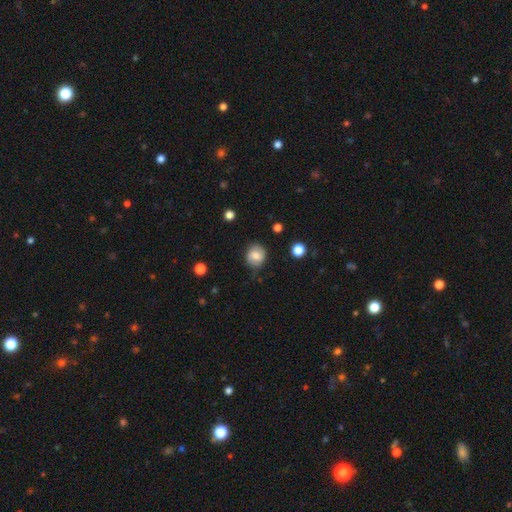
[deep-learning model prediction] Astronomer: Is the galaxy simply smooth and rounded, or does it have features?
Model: smooth — 64%.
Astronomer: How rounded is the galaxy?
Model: round — 77%.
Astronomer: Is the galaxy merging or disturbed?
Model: none — 77%.